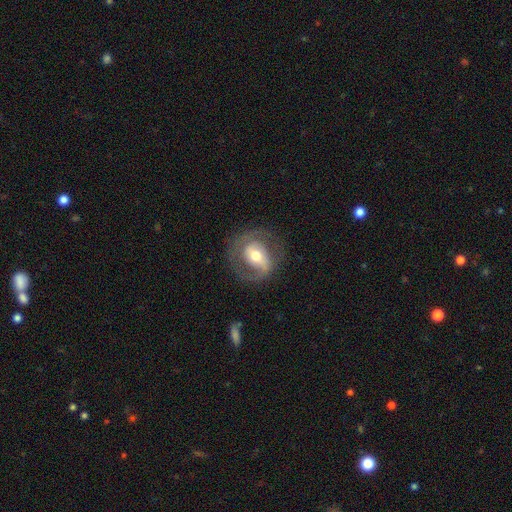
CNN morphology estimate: featured or disk 67%, smooth 26%, star or artifact 6%. Down the decision tree: edge-on disk — no (96%); bar — weak (38%); spiral arms — yes (70%); bulge size — moderate (69%); merging — none (69%).